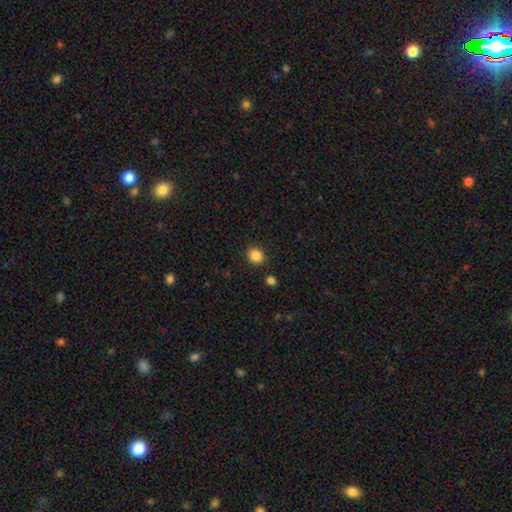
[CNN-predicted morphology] Smooth or featured? smooth (86%)
How rounded? round (74%)
Merging? none (88%)